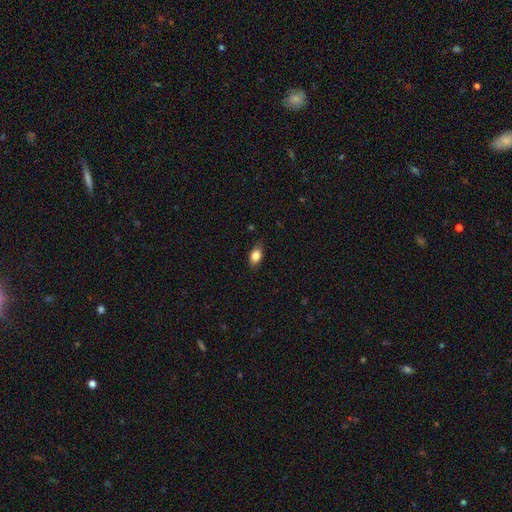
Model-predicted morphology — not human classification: Overall: smooth (81%). How rounded: in between (82%). Merging: none (79%).